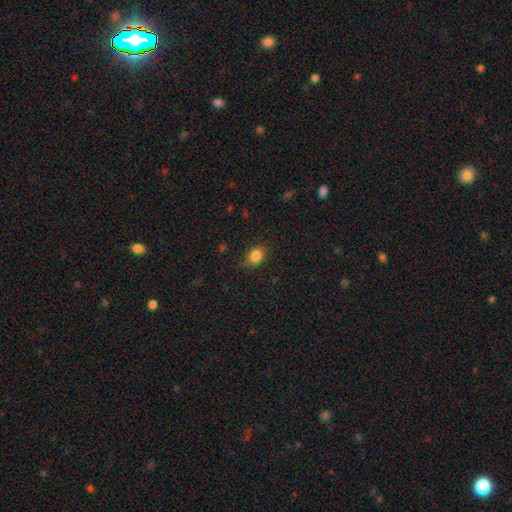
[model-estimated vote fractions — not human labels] smooth 85%, star or artifact 10%, featured or disk 6%. Down the decision tree: how rounded — in between (64%); merging — none (75%).